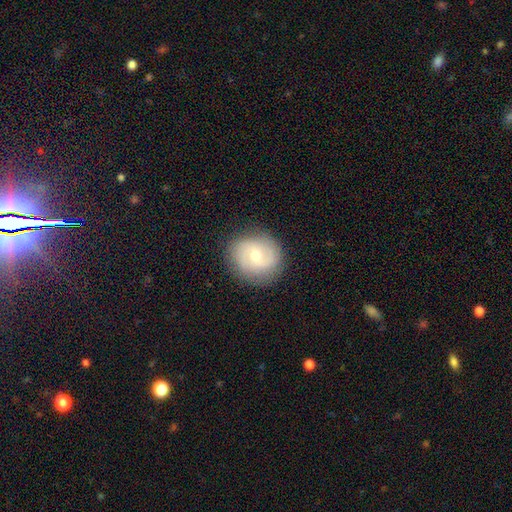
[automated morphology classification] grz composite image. It shows a featured or disk galaxy (57%) with a weak bar (46%), spiral arms (81%) and a moderate central bulge (61%). Merging: none (84%).